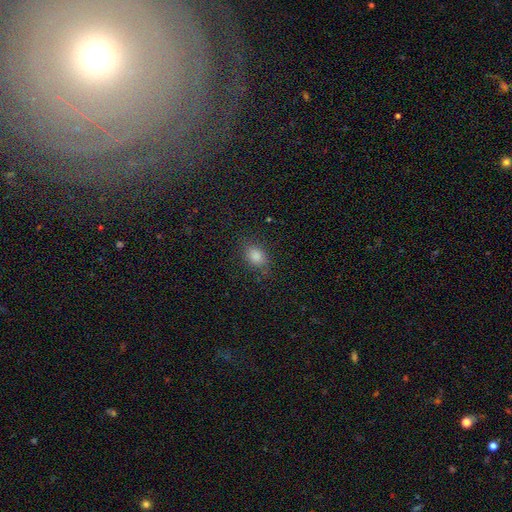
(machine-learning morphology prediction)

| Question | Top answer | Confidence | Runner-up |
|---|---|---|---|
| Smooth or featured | smooth | 79% | star or artifact (15%) |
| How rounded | in between | 68% | round (30%) |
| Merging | none | 80% | minor disturbance (14%) |